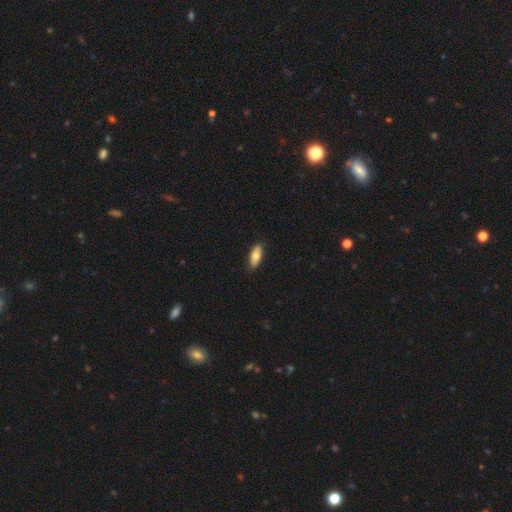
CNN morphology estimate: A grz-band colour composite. It shows a smooth galaxy with no disk features (73%) that is in between round and cigar-shaped (83%). Merging: none (83%).